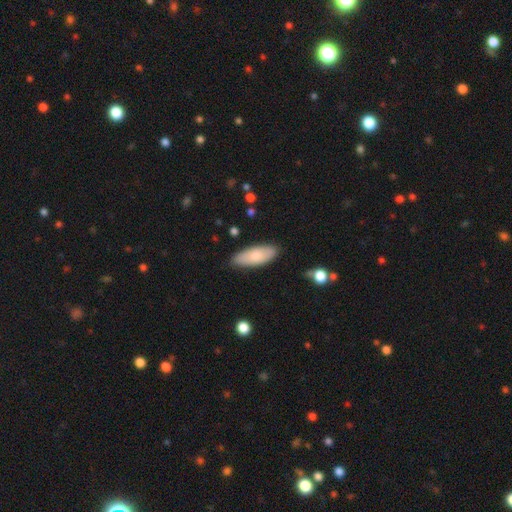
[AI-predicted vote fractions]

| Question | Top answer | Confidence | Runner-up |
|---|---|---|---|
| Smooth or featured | smooth | 79% | featured or disk (15%) |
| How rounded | in between | 75% | cigar-shaped (23%) |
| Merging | none | 85% | minor disturbance (12%) |